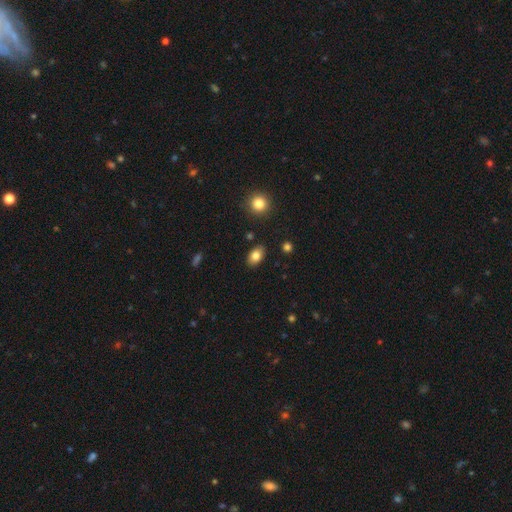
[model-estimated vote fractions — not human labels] Smooth or featured? Predicted: smooth (p=0.81). How rounded? Predicted: in between (p=0.85). Merging? Predicted: none (p=0.86).